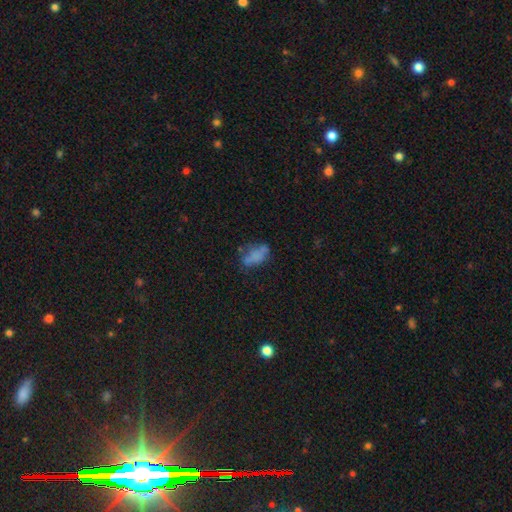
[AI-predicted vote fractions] A smooth galaxy with no disk features (59%) that is in between round and cigar-shaped (83%). Merging: none (46%).